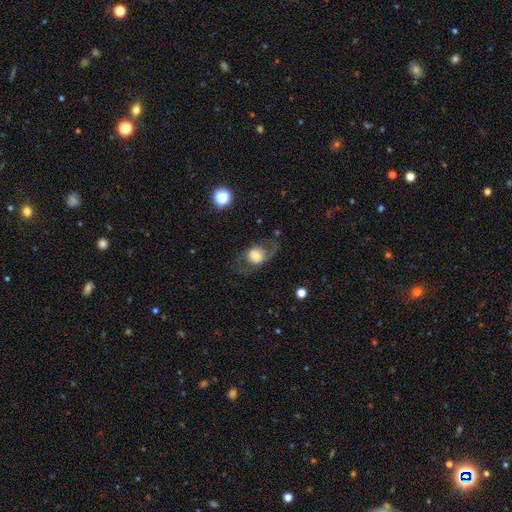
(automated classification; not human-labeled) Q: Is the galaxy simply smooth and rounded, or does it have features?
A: smooth — 51%.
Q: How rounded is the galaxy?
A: round — 54%.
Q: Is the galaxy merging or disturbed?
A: none — 58%.